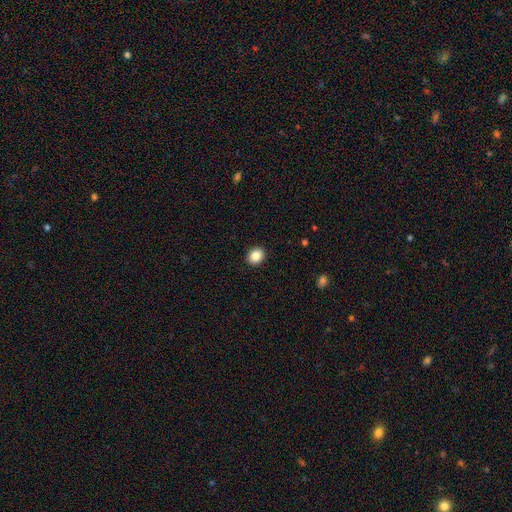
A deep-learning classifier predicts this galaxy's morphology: Smooth or featured? smooth (86%)
How rounded? round (65%)
Merging? none (92%)